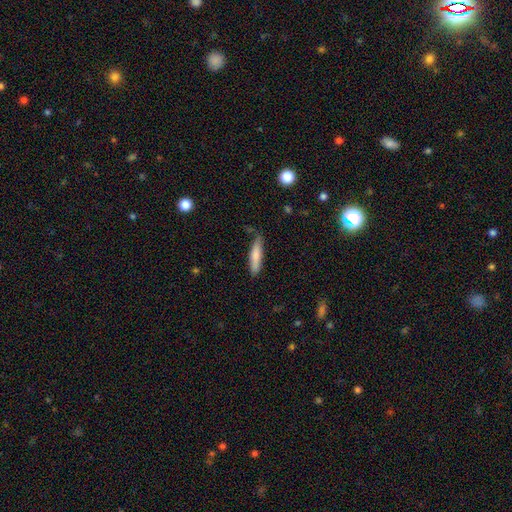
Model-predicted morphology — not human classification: smooth-or-featured: smooth: 76% | featured or disk: 18% | star or artifact: 6%
  how-rounded: cigar-shaped: 80% | in between: 19% | round: 1%
  merging: none: 77% | minor disturbance: 17% | major disturbance: 3% | merger: 3%